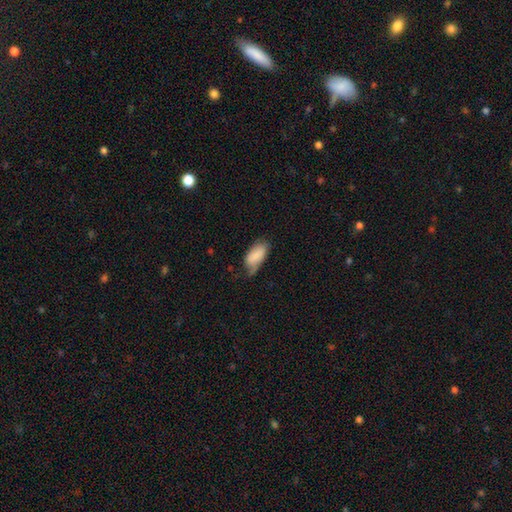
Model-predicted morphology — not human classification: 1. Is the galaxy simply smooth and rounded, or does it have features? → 81% smooth, 13% featured or disk, 7% star or artifact.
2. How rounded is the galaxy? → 93% in between, 5% cigar-shaped, 2% round.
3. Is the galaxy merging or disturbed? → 42% minor disturbance, 37% none, 17% major disturbance, 3% merger.